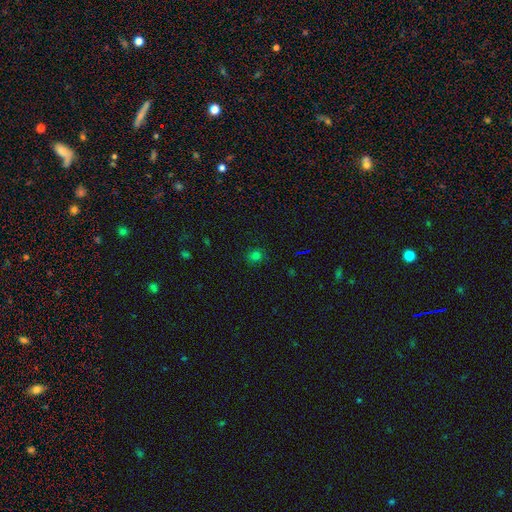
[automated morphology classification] This is likely a smooth galaxy (73%). How rounded: clearly round (82%). Merging: clearly none (86%).